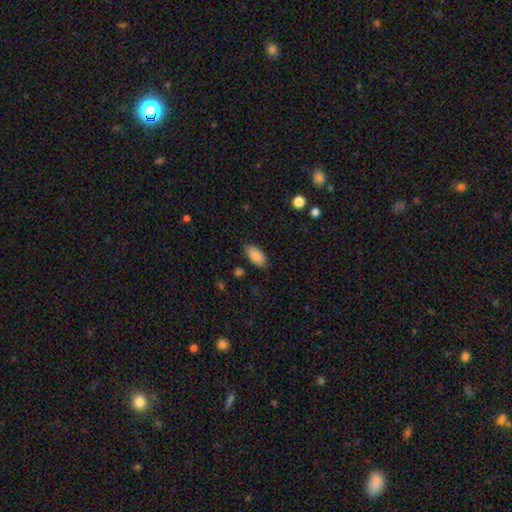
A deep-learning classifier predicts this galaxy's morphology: type=smooth (89%); roundness=in between (94%); merging=none (84%).